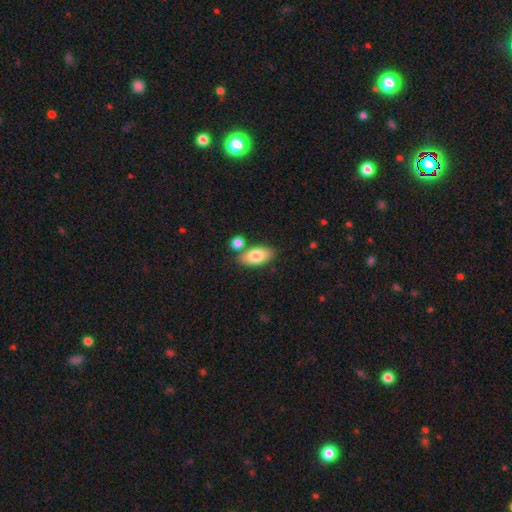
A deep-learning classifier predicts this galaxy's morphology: Smooth or featured?
  - smooth: 80% *
  - featured or disk: 14%
  - star or artifact: 7%
How rounded?
  - in between: 91% *
  - cigar-shaped: 5%
  - round: 4%
Merging?
  - none: 73% *
  - merger: 13%
  - minor disturbance: 11%
  - major disturbance: 3%